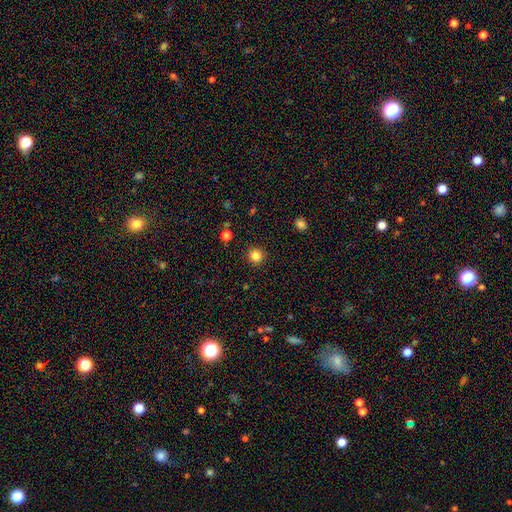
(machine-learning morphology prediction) This is clearly a smooth galaxy (84%). How rounded: clearly round (94%). Merging: clearly none (92%).